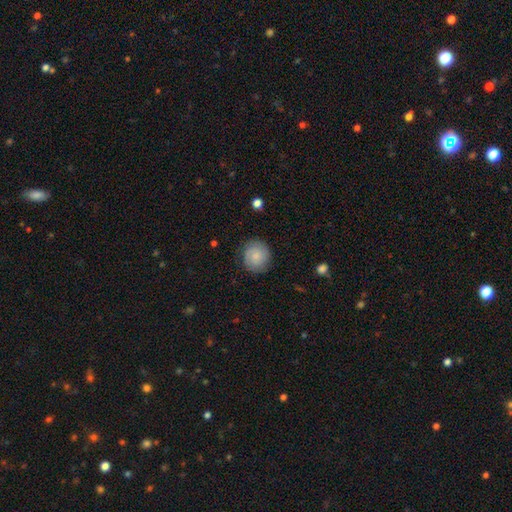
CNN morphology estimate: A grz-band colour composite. It shows a smooth galaxy with no disk features (66%) that is round (84%). Merging: none (83%).